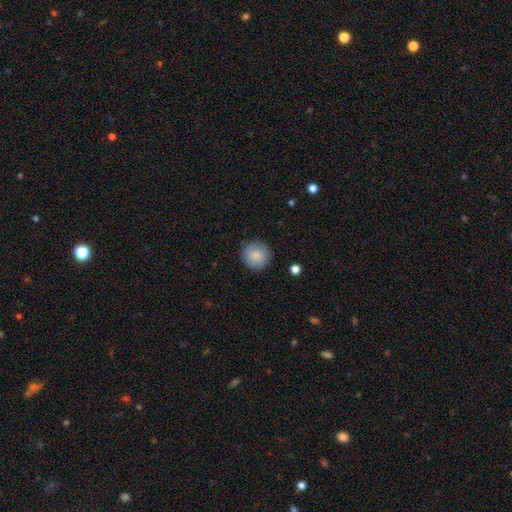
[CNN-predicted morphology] type=smooth (85%); roundness=round (95%); merging=none (88%).